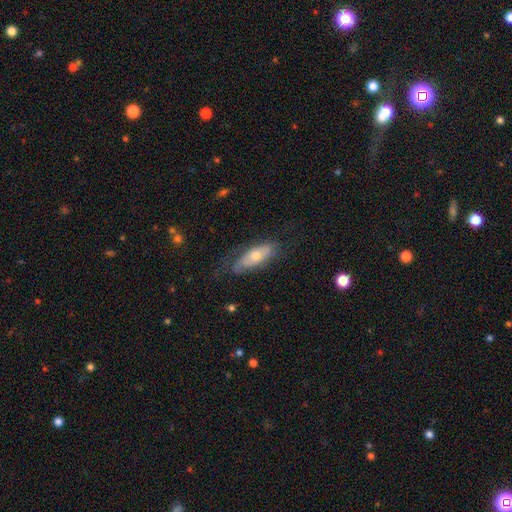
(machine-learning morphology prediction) Smooth or featured? smooth (49%)
Merging? none (60%)